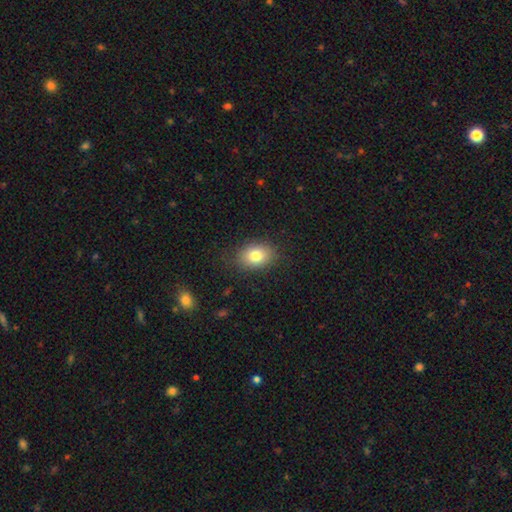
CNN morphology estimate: type=smooth (81%); roundness=in between (70%); merging=none (84%).